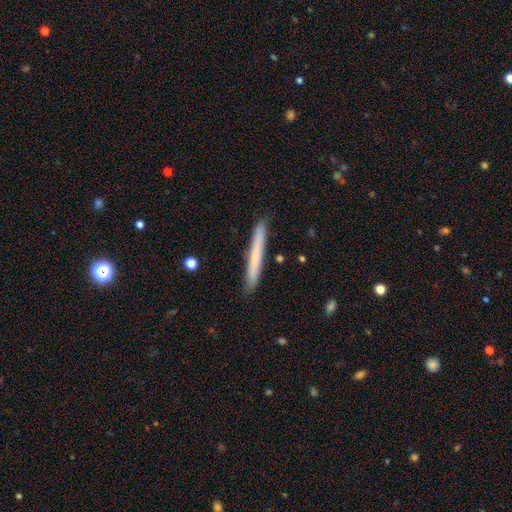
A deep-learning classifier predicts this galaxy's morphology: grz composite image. It shows a smooth galaxy with no disk features (63%) that is cigar-shaped (97%). Merging: none (90%).